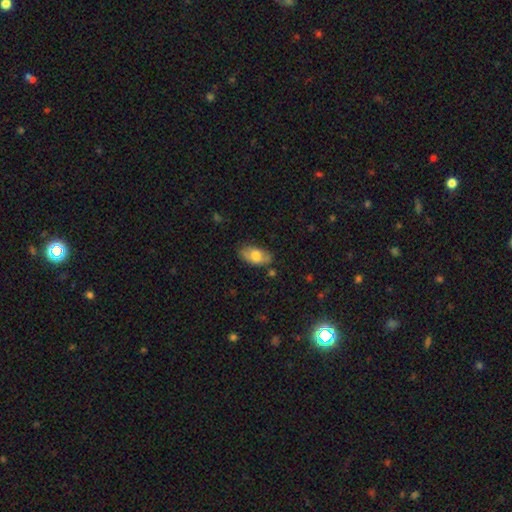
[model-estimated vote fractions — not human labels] This is likely a smooth galaxy (71%). How rounded: clearly in between (93%). Merging: likely none (76%).